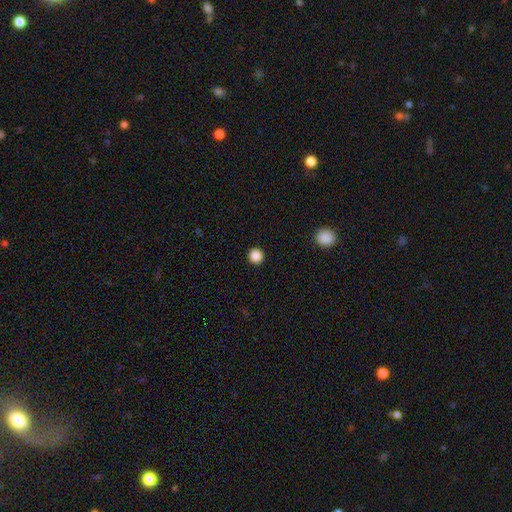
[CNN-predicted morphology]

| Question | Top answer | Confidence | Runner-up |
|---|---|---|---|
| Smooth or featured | smooth | 87% | star or artifact (10%) |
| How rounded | round | 94% | in between (5%) |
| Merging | none | 93% | minor disturbance (4%) |